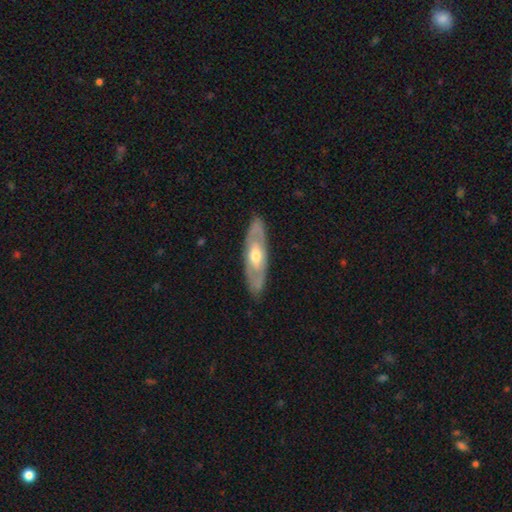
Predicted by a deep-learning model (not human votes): Morphology: type=featured or disk (66%); edge-on=no (73%); merging=none (85%).